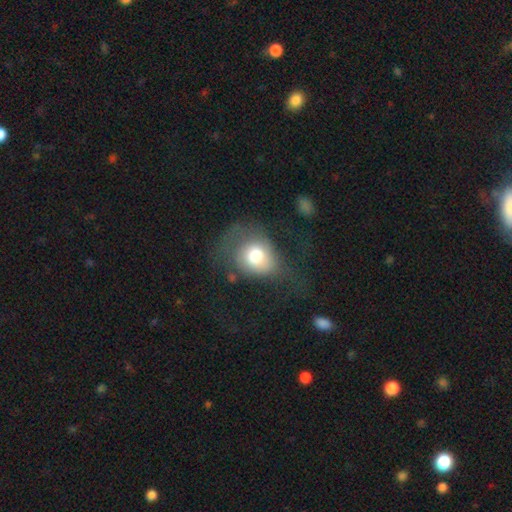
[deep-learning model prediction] Morphology: type=smooth (67%); roundness=round (63%); merging=major disturbance (37%).